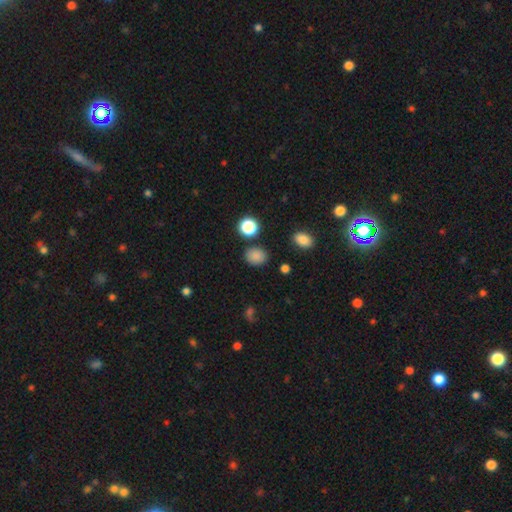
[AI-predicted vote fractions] Overall: smooth (84%). How rounded: round (50%; in between 49%). Merging: none (84%).